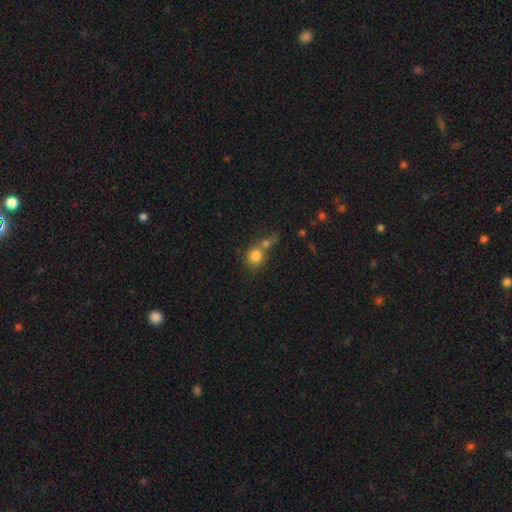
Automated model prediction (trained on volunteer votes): Smooth or featured?
  - smooth: 80% *
  - featured or disk: 10%
  - star or artifact: 10%
How rounded?
  - round: 81% *
  - in between: 17%
  - cigar-shaped: 2%
Merging?
  - merger: 50% *
  - none: 34%
  - minor disturbance: 9%
  - major disturbance: 7%